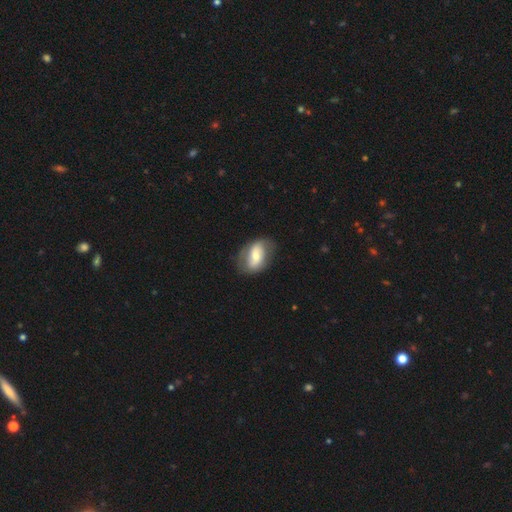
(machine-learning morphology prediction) smooth_or_featured: featured or disk (p=0.49) [alt: smooth p=0.45]
merging: none (p=0.71) [alt: minor disturbance p=0.20]